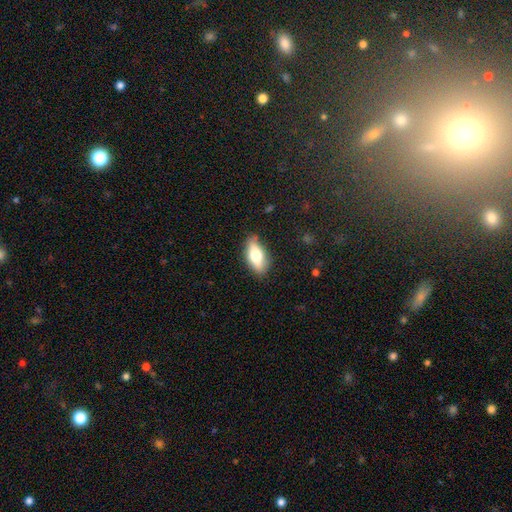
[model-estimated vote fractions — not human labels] Q: Smooth or featured?
A: smooth (66%); runner-up: featured or disk (27%)
Q: How rounded?
A: in between (80%); runner-up: cigar-shaped (17%)
Q: Merging?
A: none (83%); runner-up: minor disturbance (13%)